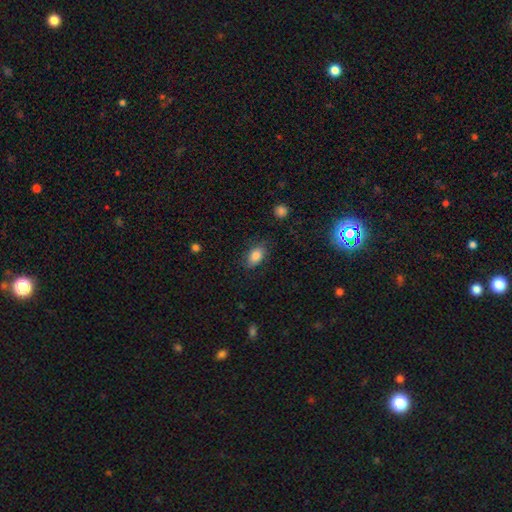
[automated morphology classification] Smooth or featured: smooth — 83% (featured or disk — 9%)
How rounded: in between — 87% (round — 11%)
Merging: none — 77% (minor disturbance — 17%)